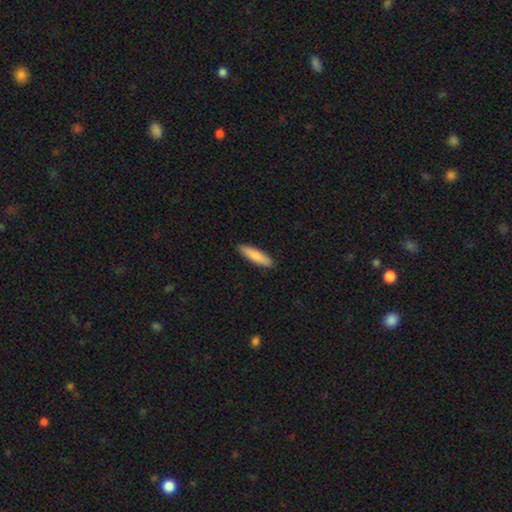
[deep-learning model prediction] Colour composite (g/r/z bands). It shows a smooth galaxy with no disk features (86%) that is cigar-shaped (68%). Merging: none (90%).